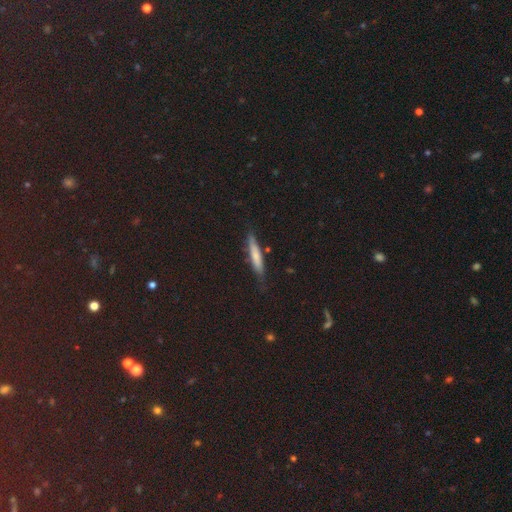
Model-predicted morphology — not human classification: A smooth galaxy with no disk features (64%) that is cigar-shaped (86%).

Vote fractions:
- Smooth or featured? smooth: 64% / featured or disk: 25% / star or artifact: 11%
- How rounded? cigar-shaped: 86% / in between: 12% / round: 2%
- Merging? none: 79% / minor disturbance: 15% / major disturbance: 3% / merger: 2%